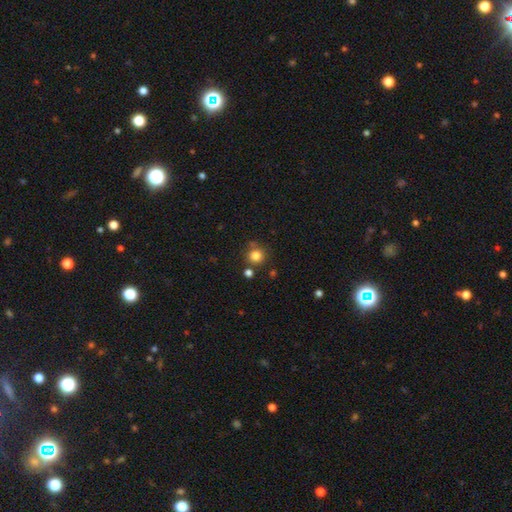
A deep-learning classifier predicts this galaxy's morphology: This appears to be a smooth galaxy with no disk features (82%) that is round (93%). Merging: none (77%).